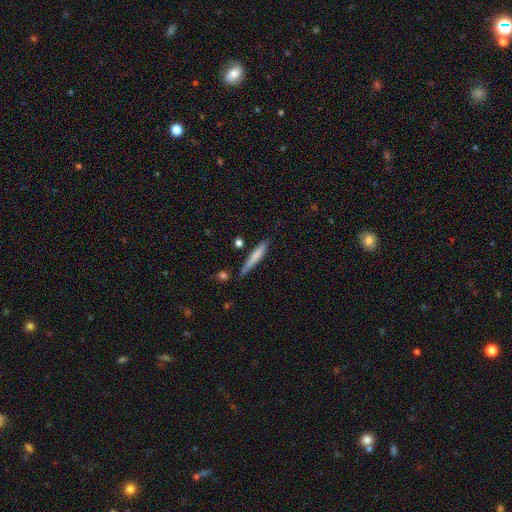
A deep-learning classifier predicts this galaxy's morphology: This is likely a smooth galaxy (68%). How rounded: clearly cigar-shaped (92%). Merging: likely none (71%).